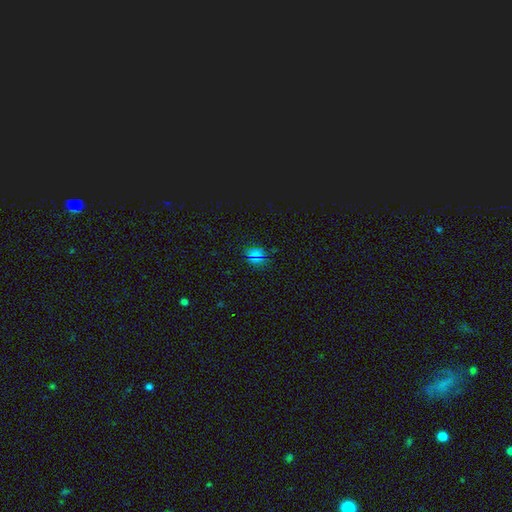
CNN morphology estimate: The model was most divided on "how rounded": round: 58%, in between: 39%, cigar-shaped: 3%. More confident: merging — none (84%); smooth or featured — smooth (62%).